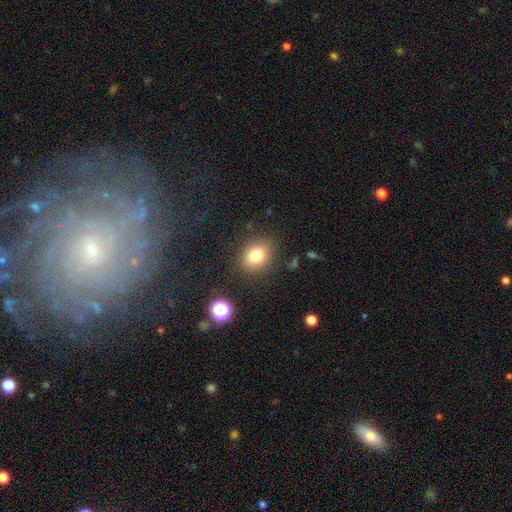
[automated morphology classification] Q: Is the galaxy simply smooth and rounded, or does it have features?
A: smooth — 78%.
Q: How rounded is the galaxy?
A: in between — 50%.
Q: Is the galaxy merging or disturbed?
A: none — 84%.